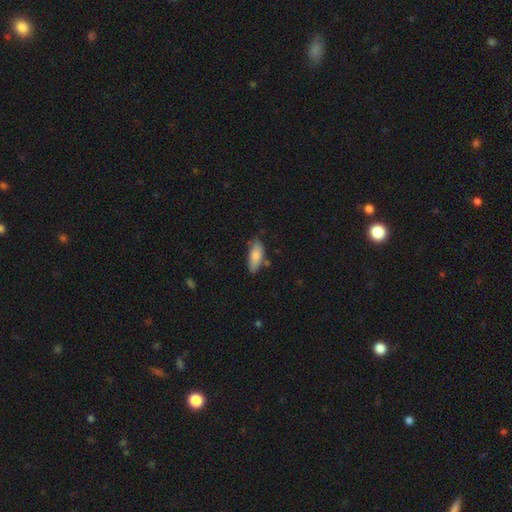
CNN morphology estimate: smooth 82%, featured or disk 12%, star or artifact 6%. Down the decision tree: how rounded — in between (75%); merging — none (68%).